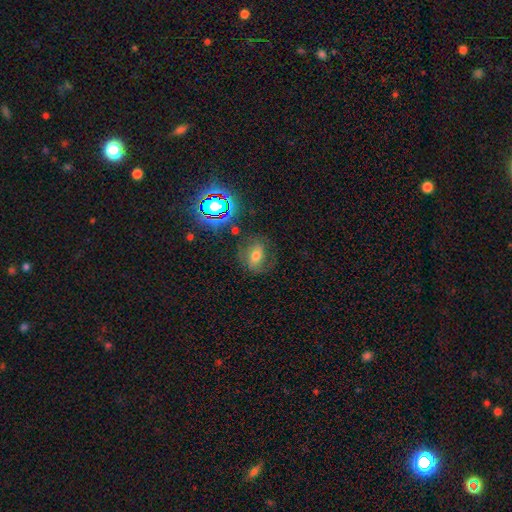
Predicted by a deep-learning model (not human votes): Smooth or featured: smooth — 42% (featured or disk — 33%)
Merging: none — 67% (minor disturbance — 18%)